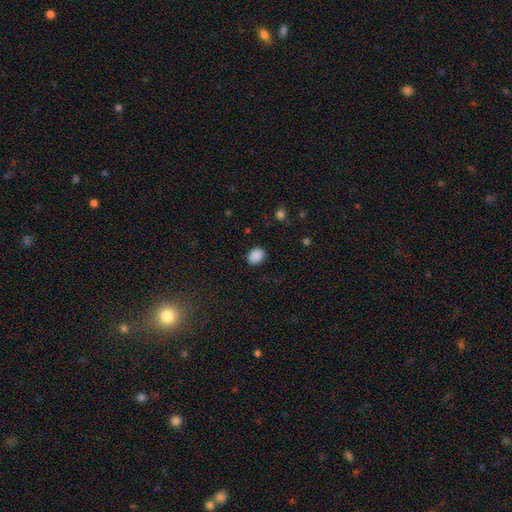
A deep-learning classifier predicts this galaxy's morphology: Smooth or featured? Predicted: smooth (p=0.89). How rounded? Predicted: in between (p=0.58). Merging? Predicted: none (p=0.88).